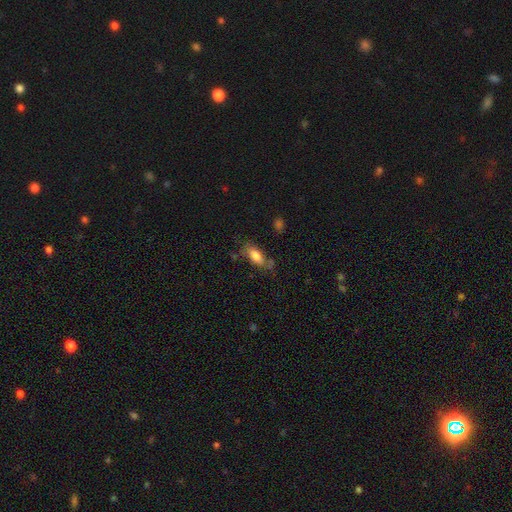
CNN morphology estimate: Q: Smooth or featured?
A: smooth (76%); runner-up: featured or disk (16%)
Q: How rounded?
A: in between (80%); runner-up: cigar-shaped (17%)
Q: Merging?
A: none (61%); runner-up: minor disturbance (24%)